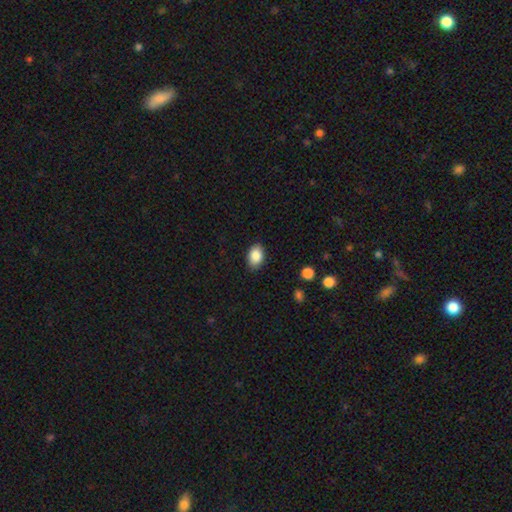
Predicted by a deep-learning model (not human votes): smooth-or-featured: smooth: 88% | star or artifact: 8% | featured or disk: 5%
  how-rounded: in between: 83% | round: 15% | cigar-shaped: 1%
  merging: none: 86% | minor disturbance: 11% | major disturbance: 2% | merger: 1%